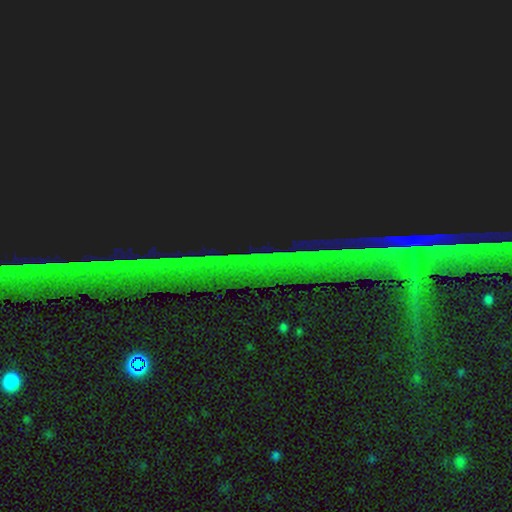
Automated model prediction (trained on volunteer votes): smooth_or_featured: star or artifact (p=0.86) [alt: featured or disk p=0.08]